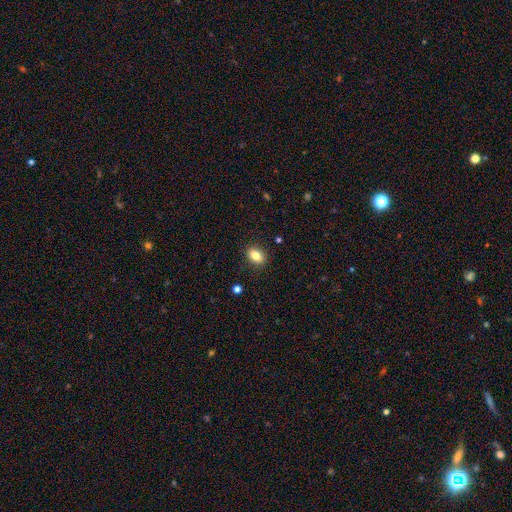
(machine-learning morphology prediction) The model was most divided on "how rounded": in between: 79%, round: 18%, cigar-shaped: 2%. More confident: merging — none (87%); smooth or featured — smooth (82%).